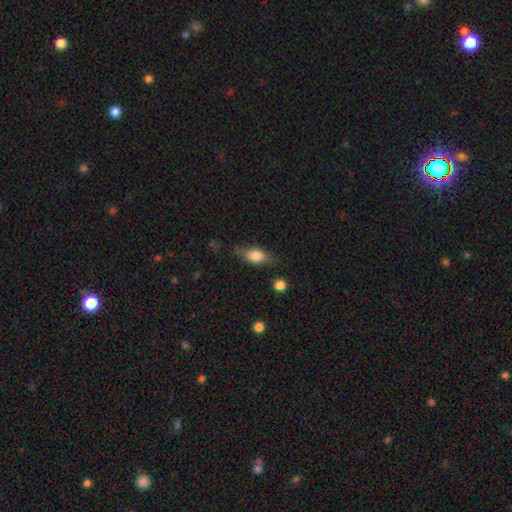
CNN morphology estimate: A smooth galaxy with no disk features (70%) that is in between round and cigar-shaped (76%). Merging: none (68%).